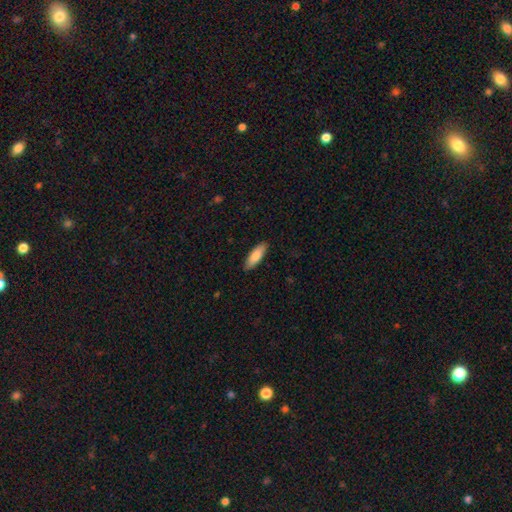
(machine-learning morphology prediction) Q: Smooth or featured?
A: smooth (83%); runner-up: featured or disk (11%)
Q: How rounded?
A: in between (58%); runner-up: cigar-shaped (40%)
Q: Merging?
A: none (89%); runner-up: minor disturbance (8%)